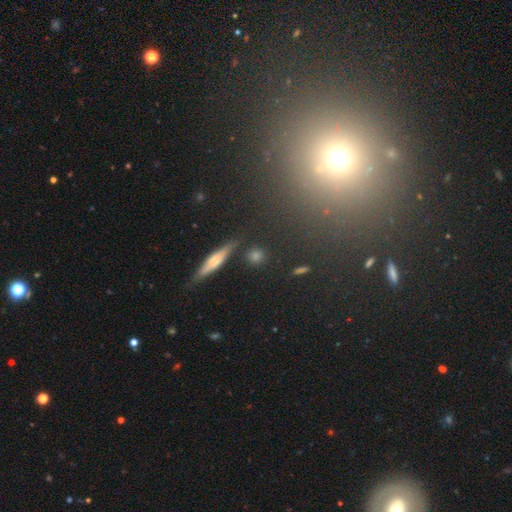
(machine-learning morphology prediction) The model was most divided on "how rounded" (2-way tie): round: 40%, cigar-shaped: 40%, in between: 20%. More confident: merging — none (84%); smooth or featured — smooth (51%).